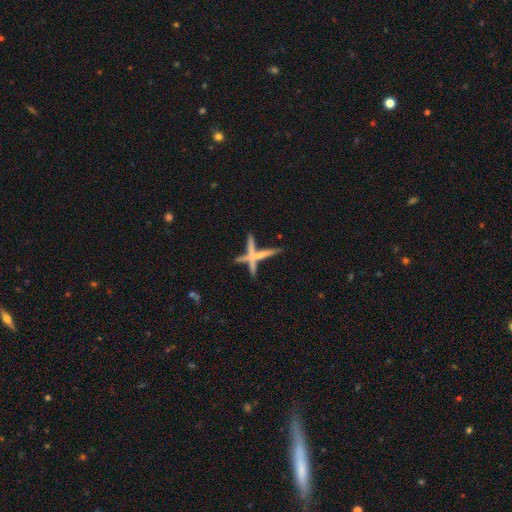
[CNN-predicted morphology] This appears to be a featured or disk galaxy (50%) viewed edge-on (88%). Merging: none (53%).